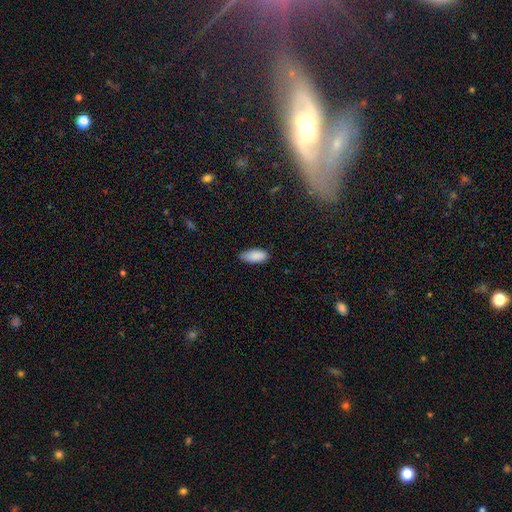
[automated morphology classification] smooth_or_featured: smooth (p=0.89) [alt: star or artifact p=0.07]
how_rounded: in between (p=0.88) [alt: cigar-shaped p=0.10]
merging: none (p=0.76) [alt: minor disturbance p=0.20]